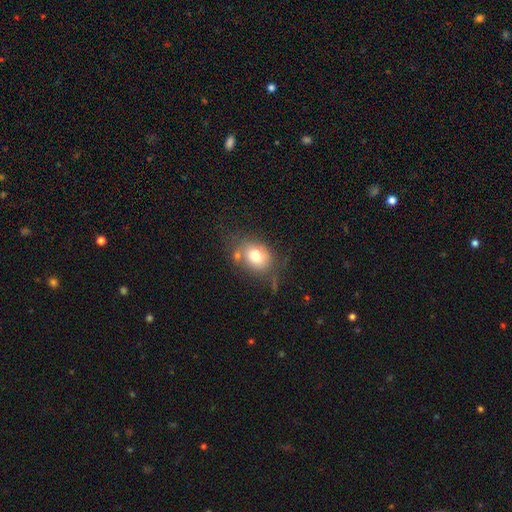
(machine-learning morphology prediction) smooth_or_featured: smooth (p=0.74) [alt: featured or disk p=0.16]
how_rounded: in between (p=0.55) [alt: round p=0.44]
merging: none (p=0.58) [alt: minor disturbance p=0.20]